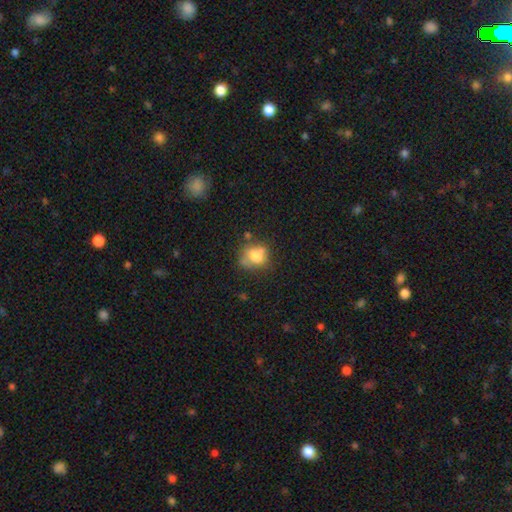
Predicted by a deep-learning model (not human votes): Smooth or featured: smooth — 69% (featured or disk — 20%)
How rounded: round — 62% (in between — 37%)
Merging: none — 48% (minor disturbance — 27%)